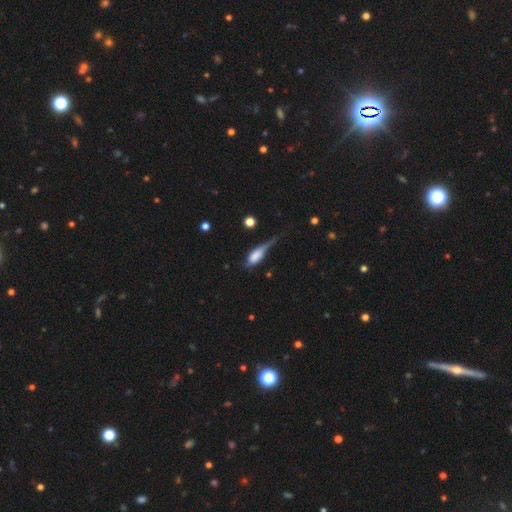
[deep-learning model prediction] This is likely a smooth galaxy (62%). How rounded: likely in between (67%). Merging: marginally major disturbance (37%).